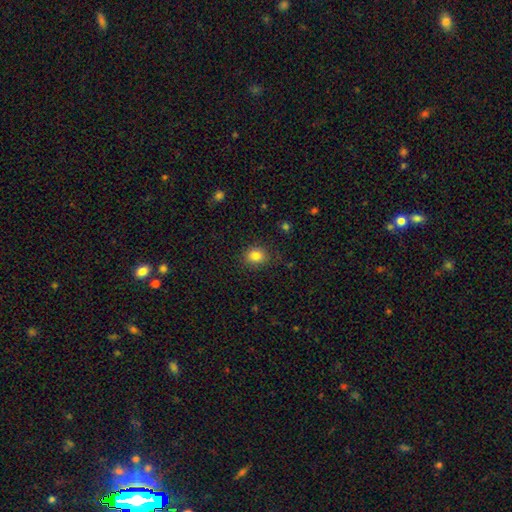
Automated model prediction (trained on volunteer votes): A smooth galaxy with no disk features (83%) that is round (69%). Merging: none (85%).